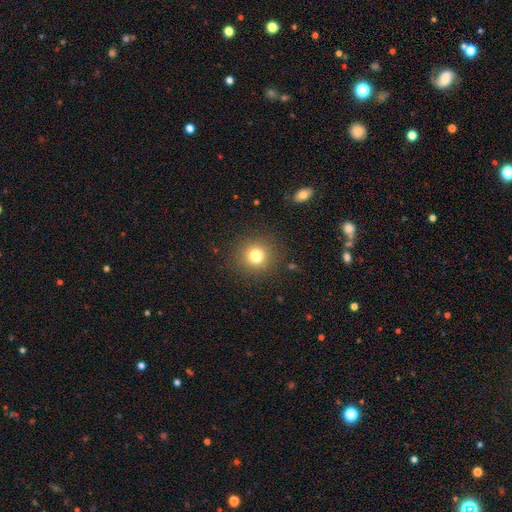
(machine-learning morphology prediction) This is likely a smooth galaxy (78%). How rounded: clearly round (91%). Merging: clearly none (88%).